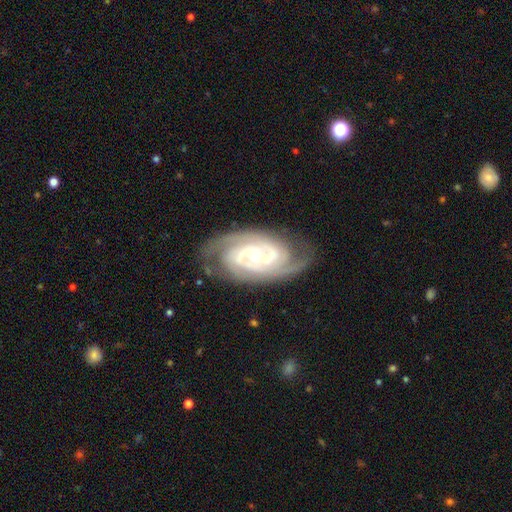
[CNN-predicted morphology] This appears to be a featured or disk galaxy (92%) with no bar (51%), 2 (45%) tight (68%) spiral arms (98%) and a moderate central bulge (52%). Merging: none (78%).